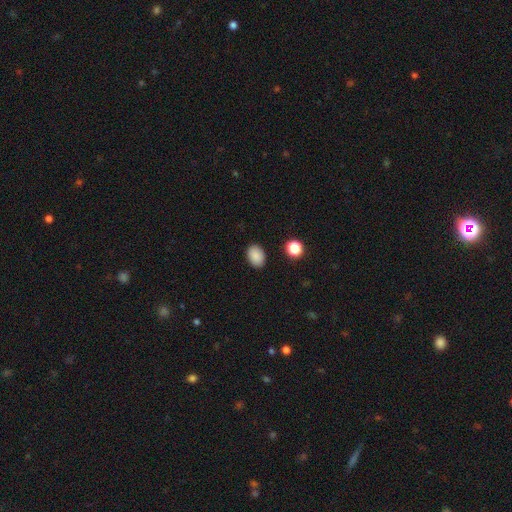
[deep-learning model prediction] smooth 88%, star or artifact 9%, featured or disk 3%. Down the decision tree: how rounded — in between (76%); merging — none (88%).